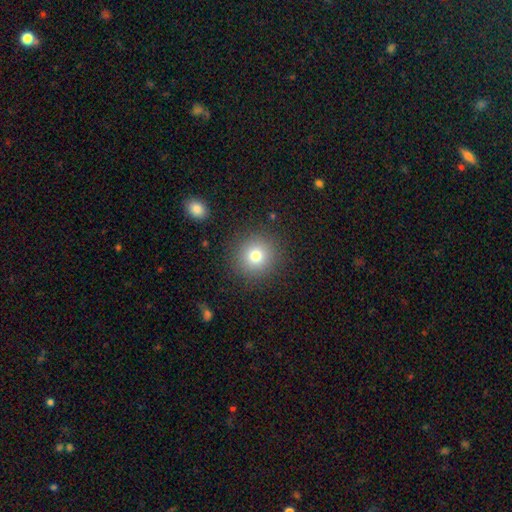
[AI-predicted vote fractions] A smooth galaxy with no disk features (76%) that is round (94%). Merging: none (89%).